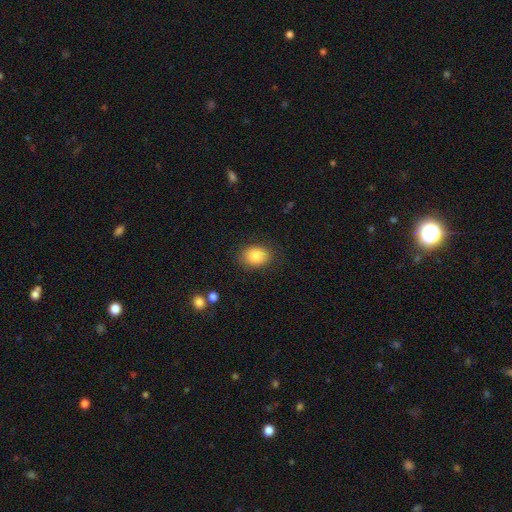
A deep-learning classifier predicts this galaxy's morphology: smooth-or-featured: smooth: 85% | star or artifact: 8% | featured or disk: 7%
  how-rounded: in between: 67% | round: 32% | cigar-shaped: 1%
  merging: none: 84% | minor disturbance: 11% | major disturbance: 3% | merger: 1%